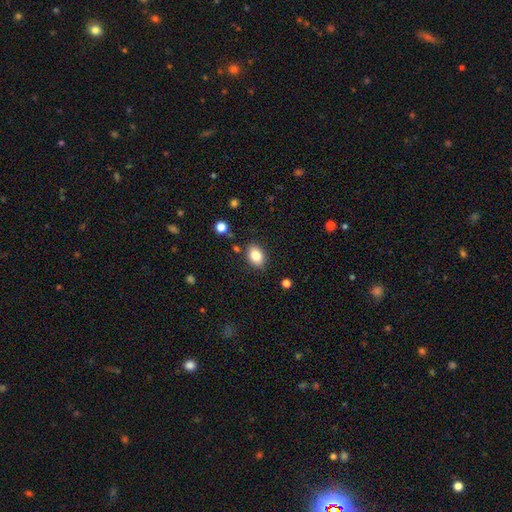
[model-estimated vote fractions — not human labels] This appears to be a smooth galaxy with no disk features (83%) that is in between round and cigar-shaped (80%). Merging: none (85%).